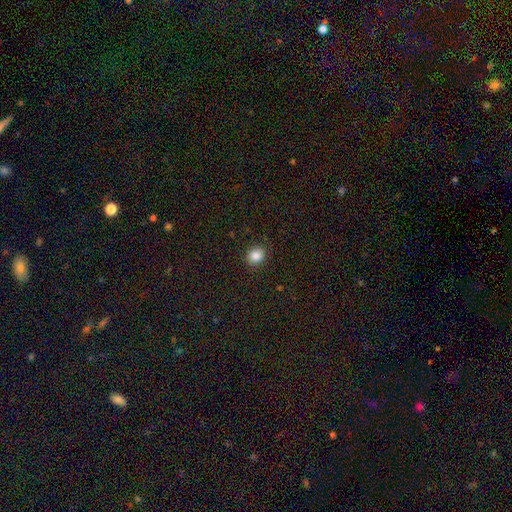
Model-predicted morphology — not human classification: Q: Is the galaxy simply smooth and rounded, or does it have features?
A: smooth — 85%.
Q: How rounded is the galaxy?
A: round — 76%.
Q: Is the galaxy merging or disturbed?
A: none — 88%.